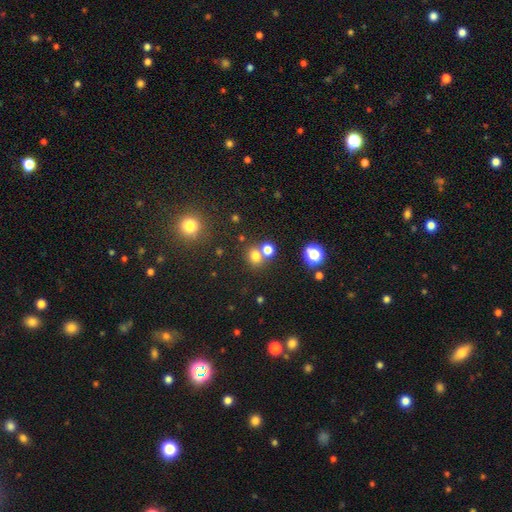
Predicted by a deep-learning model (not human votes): smooth-or-featured: smooth: 73% | star or artifact: 19% | featured or disk: 8%
  how-rounded: round: 74% | in between: 25% | cigar-shaped: 1%
  merging: none: 56% | merger: 32% | minor disturbance: 8% | major disturbance: 4%